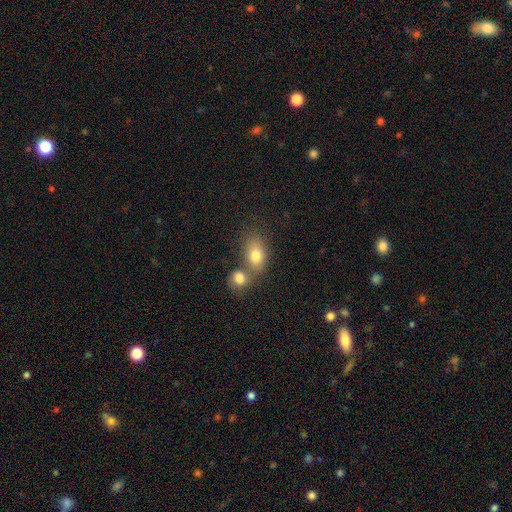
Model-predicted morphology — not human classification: smooth-or-featured: smooth: 77% | featured or disk: 14% | star or artifact: 9%
  how-rounded: in between: 70% | round: 28% | cigar-shaped: 2%
  merging: merger: 53% | none: 32% | minor disturbance: 10% | major disturbance: 5%